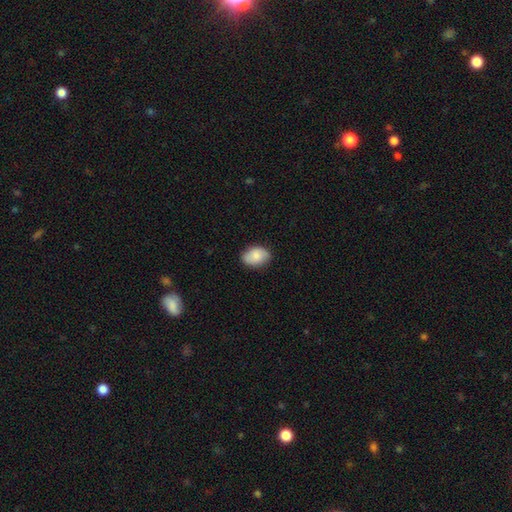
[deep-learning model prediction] smooth_or_featured: smooth (p=0.78) [alt: featured or disk p=0.15]
how_rounded: in between (p=0.84) [alt: round p=0.15]
merging: none (p=0.83) [alt: minor disturbance p=0.14]